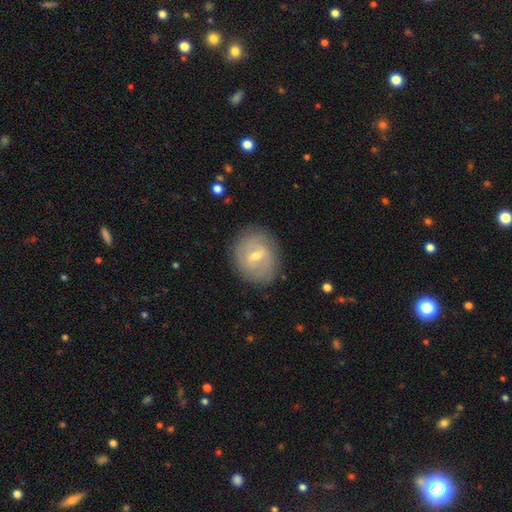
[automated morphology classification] Smooth or featured? Predicted: featured or disk (p=0.62). Edge-on disk? Predicted: no (p=0.95). Bar? Predicted: weak (p=0.58). Spiral arms? Predicted: yes (p=0.61). Bulge size? Predicted: small (p=0.51). Merging? Predicted: none (p=0.81).